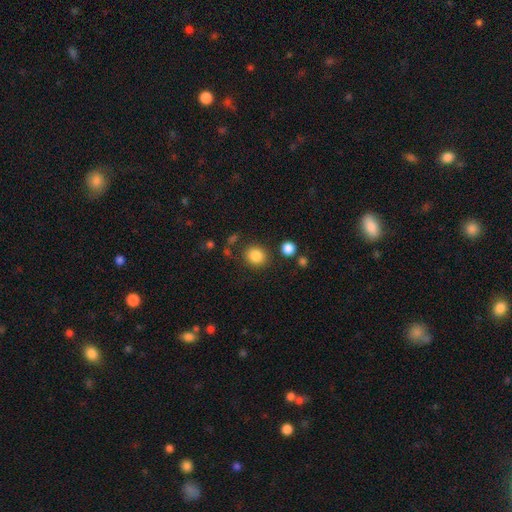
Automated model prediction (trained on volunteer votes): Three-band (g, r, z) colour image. It shows a smooth galaxy with no disk features (86%) that is round (82%). Merging: none (83%).